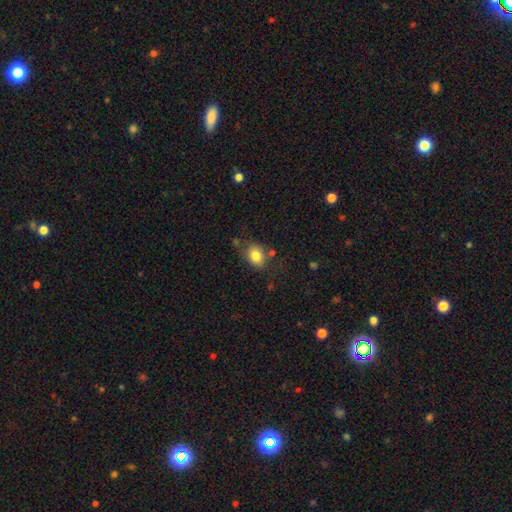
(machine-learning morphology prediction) type=smooth (82%); roundness=in between (61%); merging=none (71%).